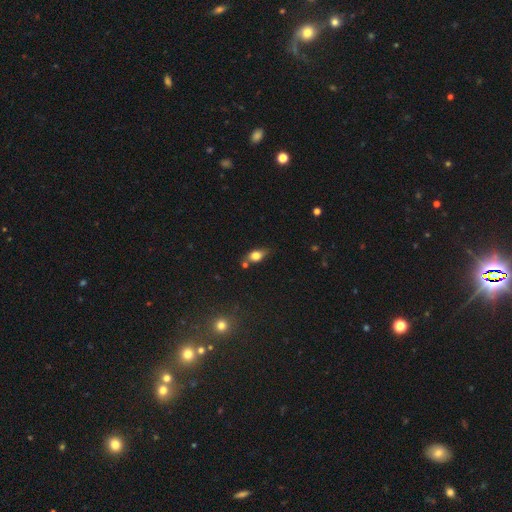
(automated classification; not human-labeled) This appears to be a smooth galaxy with no disk features (72%) that is in between round and cigar-shaped (72%). Merging: none (61%).